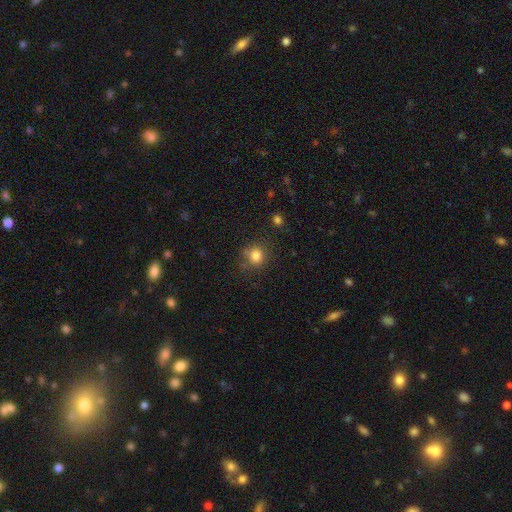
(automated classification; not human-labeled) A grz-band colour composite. It shows a smooth galaxy with no disk features (81%) that is round (86%). Merging: none (77%).